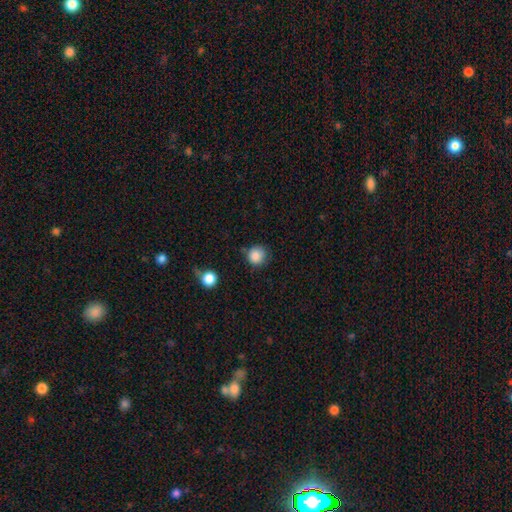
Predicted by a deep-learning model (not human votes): Q: Smooth or featured?
A: smooth (87%); runner-up: star or artifact (9%)
Q: How rounded?
A: round (92%); runner-up: in between (7%)
Q: Merging?
A: none (76%); runner-up: minor disturbance (17%)